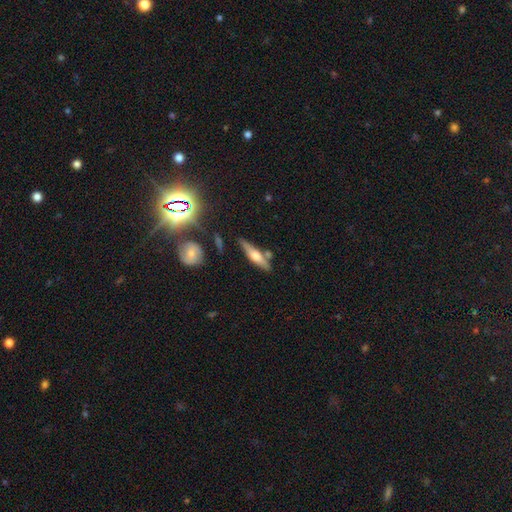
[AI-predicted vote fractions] Smooth or featured: featured or disk — 53% (smooth — 39%)
Edge-on disk: yes — 92% (no — 8%)
Merging: none — 72% (minor disturbance — 15%)